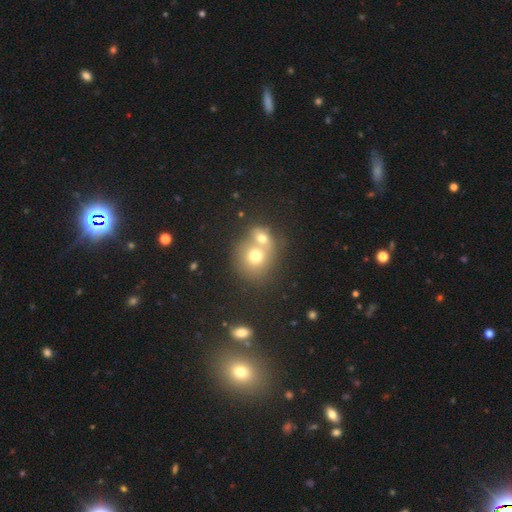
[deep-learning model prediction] A smooth galaxy with no disk features (69%) that is round (75%). Merging: merger (62%).